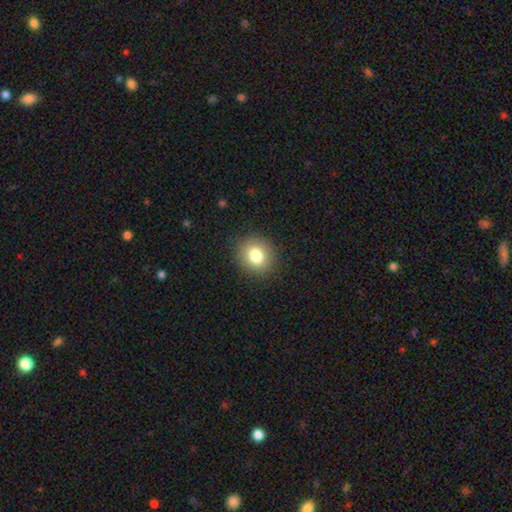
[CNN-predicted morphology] Smooth or featured?
  - smooth: 81% *
  - star or artifact: 10%
  - featured or disk: 8%
How rounded?
  - round: 80% *
  - in between: 19%
  - cigar-shaped: 1%
Merging?
  - none: 89% *
  - minor disturbance: 7%
  - major disturbance: 3%
  - merger: 1%